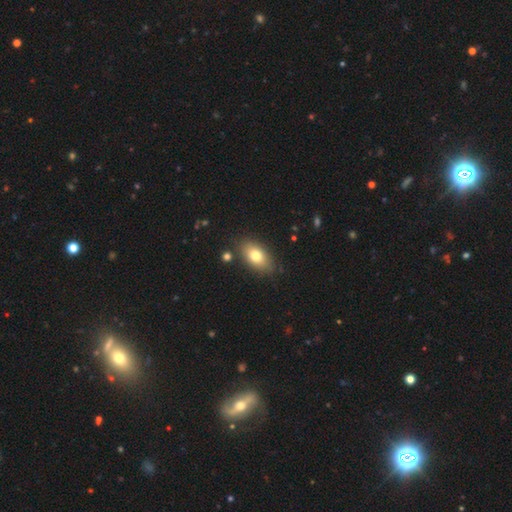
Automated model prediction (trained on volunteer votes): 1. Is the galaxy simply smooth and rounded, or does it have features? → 76% smooth, 15% featured or disk, 8% star or artifact.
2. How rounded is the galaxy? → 88% in between, 8% round, 3% cigar-shaped.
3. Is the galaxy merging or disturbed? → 82% none, 11% minor disturbance, 3% merger, 3% major disturbance.